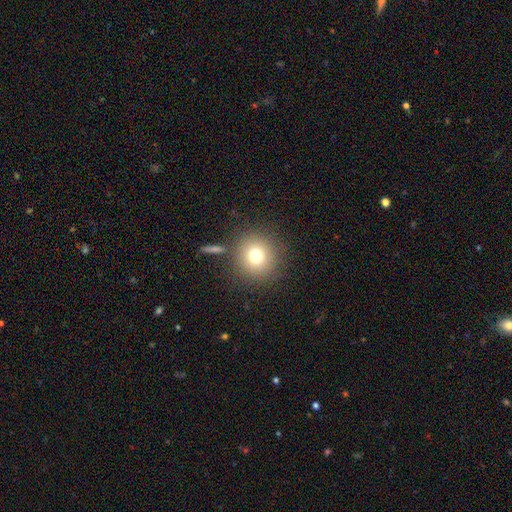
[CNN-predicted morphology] The model was most divided on "smooth or featured": smooth: 75%, star or artifact: 14%, featured or disk: 11%. More confident: how rounded — round (93%); merging — none (84%).